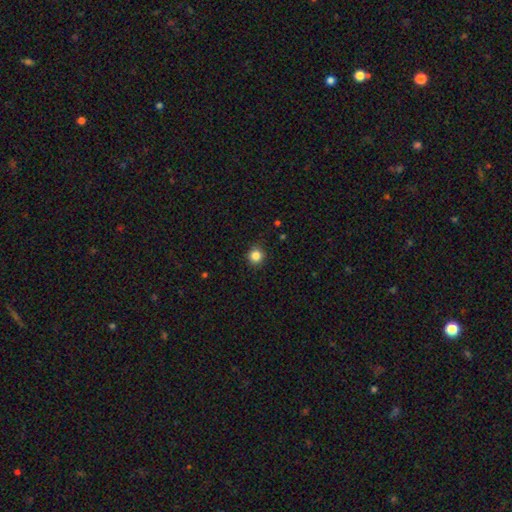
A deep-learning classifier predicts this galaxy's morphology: type=smooth (84%); roundness=round (91%); merging=none (90%).